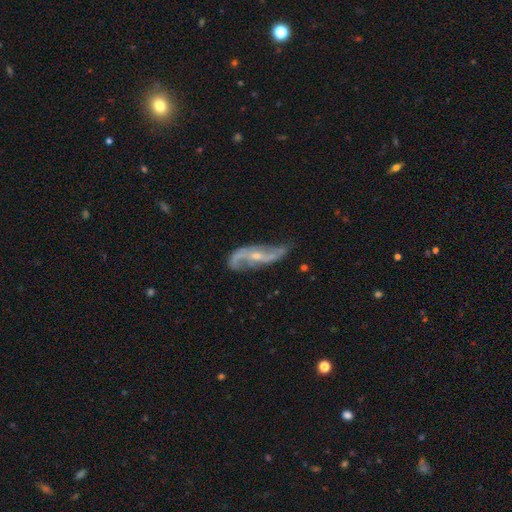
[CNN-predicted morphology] A featured or disk galaxy (87%) with no bar (48%), 2 (91%) loose (75%) spiral arms (95%) and a small central bulge (61%). Merging: none (64%).